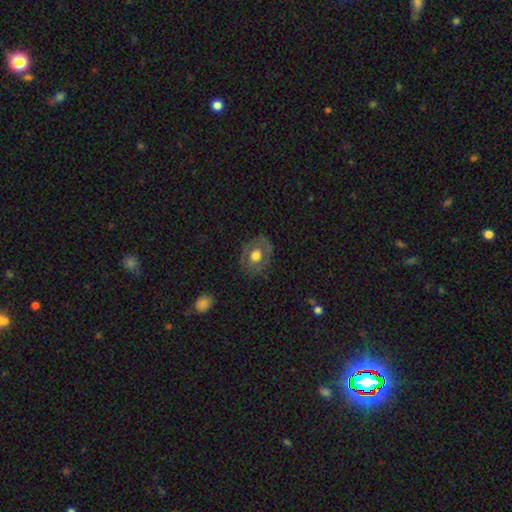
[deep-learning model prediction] Smooth or featured: smooth — 53% (featured or disk — 39%)
How rounded: round — 55% (in between — 44%)
Merging: none — 79% (minor disturbance — 14%)